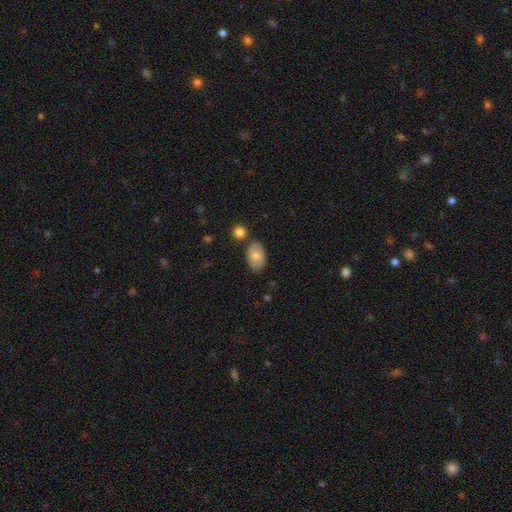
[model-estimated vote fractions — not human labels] Overall: smooth (80%). How rounded: in between (91%). Merging: none (75%).